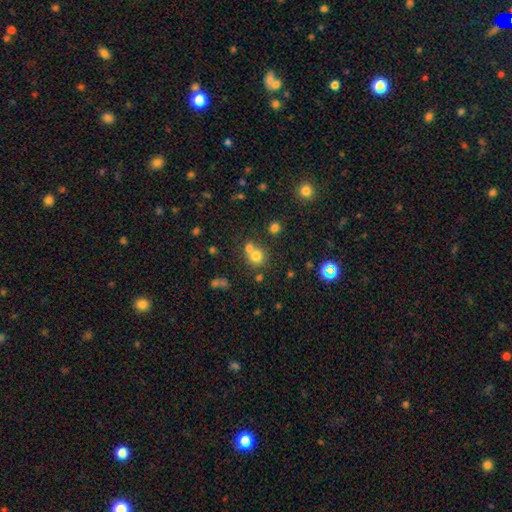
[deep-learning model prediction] A smooth galaxy with no disk features (73%) that is round (83%).

Vote fractions:
- Smooth or featured? smooth: 73% / star or artifact: 16% / featured or disk: 11%
- How rounded? round: 83% / in between: 16% / cigar-shaped: 1%
- Merging? none: 47% / merger: 42% / minor disturbance: 7% / major disturbance: 3%